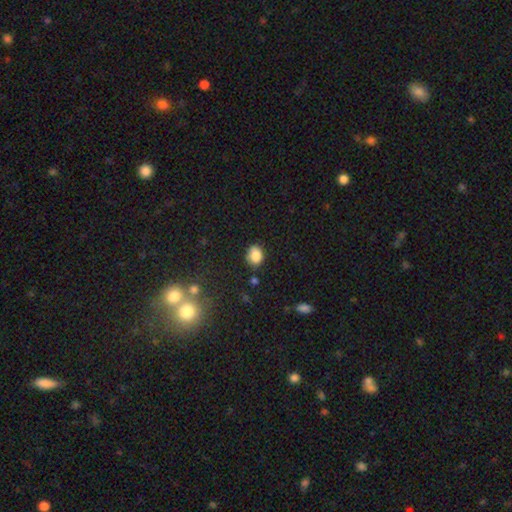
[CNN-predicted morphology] This is clearly a smooth galaxy (83%). How rounded: possibly in between (59%). Merging: likely none (73%).